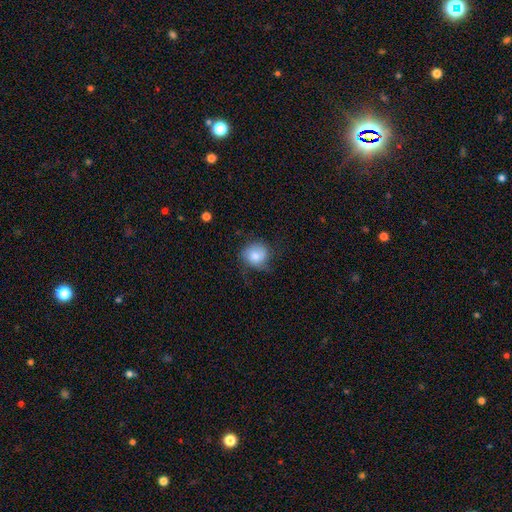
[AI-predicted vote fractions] Q: Smooth or featured?
A: smooth (80%); runner-up: featured or disk (12%)
Q: How rounded?
A: round (77%); runner-up: in between (23%)
Q: Merging?
A: none (58%); runner-up: minor disturbance (28%)